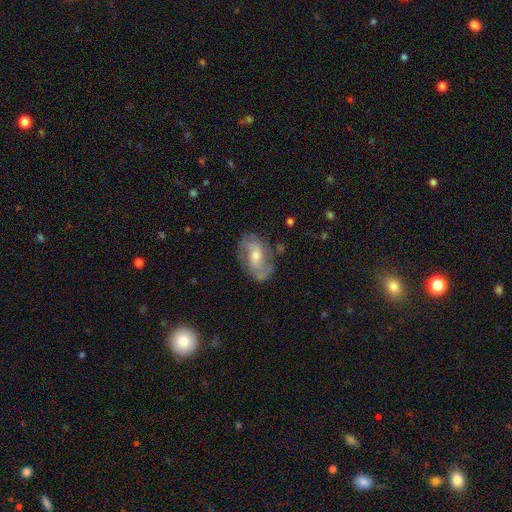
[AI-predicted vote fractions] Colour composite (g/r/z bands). It shows a featured or disk galaxy (73%) with a weak bar (43%), 2 (76%) medium (47%) spiral arms (86%) and a moderate central bulge (58%). Merging: none (71%).